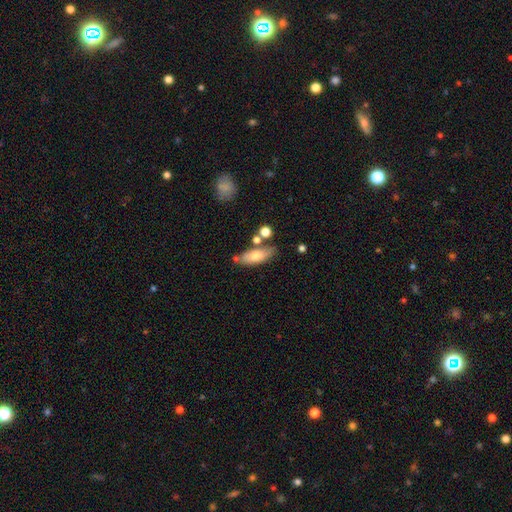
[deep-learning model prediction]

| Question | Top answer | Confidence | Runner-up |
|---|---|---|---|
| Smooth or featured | smooth | 72% | featured or disk (21%) |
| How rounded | in between | 69% | cigar-shaped (28%) |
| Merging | none | 66% | minor disturbance (17%) |